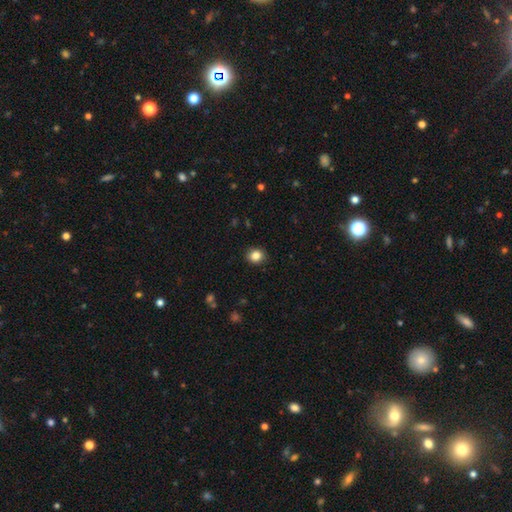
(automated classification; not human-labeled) smooth-or-featured: smooth: 84% | star or artifact: 10% | featured or disk: 5%
  how-rounded: round: 75% | in between: 24% | cigar-shaped: 1%
  merging: none: 90% | minor disturbance: 7% | major disturbance: 2% | merger: 1%